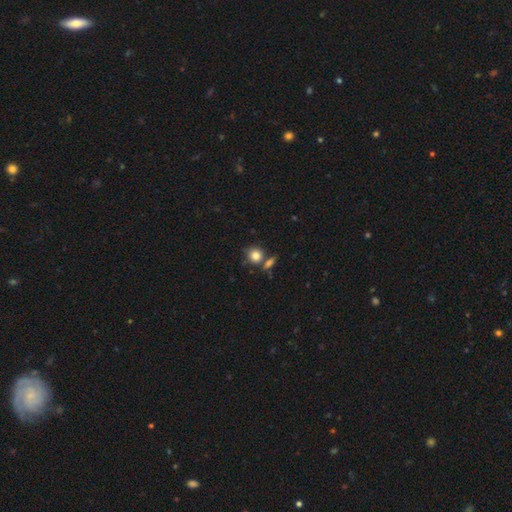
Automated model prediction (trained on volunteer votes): This is clearly a smooth galaxy (82%). How rounded: clearly round (84%). Merging: likely none (63%).